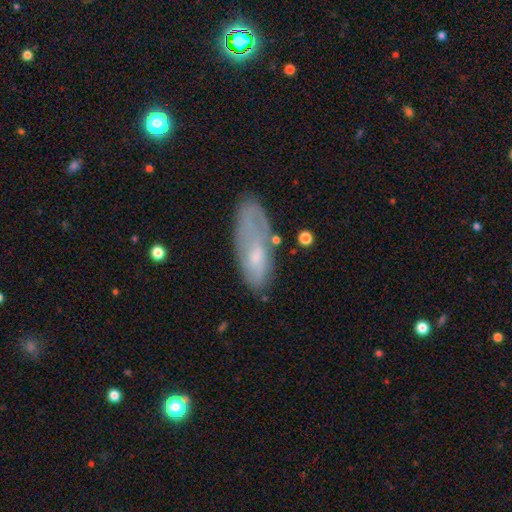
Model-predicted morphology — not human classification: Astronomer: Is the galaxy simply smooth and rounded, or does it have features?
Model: smooth — 54% (runner-up: featured or disk, 39%).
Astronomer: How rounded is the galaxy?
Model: in between — 72%.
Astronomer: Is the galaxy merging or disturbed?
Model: none — 52% (runner-up: minor disturbance, 29%).